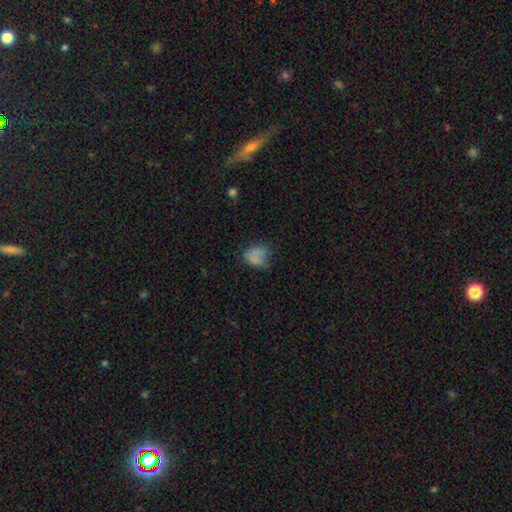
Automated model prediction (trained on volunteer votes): Q: Smooth or featured?
A: smooth (74%); runner-up: star or artifact (13%)
Q: How rounded?
A: in between (55%); runner-up: round (43%)
Q: Merging?
A: none (41%); runner-up: minor disturbance (34%)